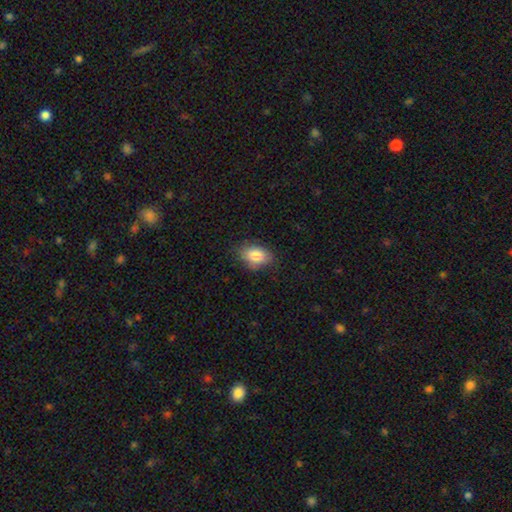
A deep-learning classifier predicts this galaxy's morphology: smooth_or_featured: smooth (p=0.84) [alt: featured or disk p=0.08]
how_rounded: in between (p=0.82) [alt: round p=0.17]
merging: none (p=0.78) [alt: minor disturbance p=0.18]